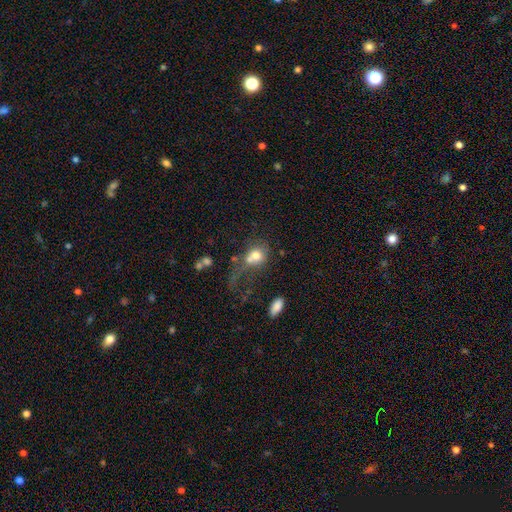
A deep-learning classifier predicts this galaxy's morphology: smooth-or-featured: smooth: 70% | featured or disk: 19% | star or artifact: 11%
  how-rounded: round: 58% | in between: 40% | cigar-shaped: 2%
  merging: merger: 42% | major disturbance: 24% | none: 23% | minor disturbance: 11%